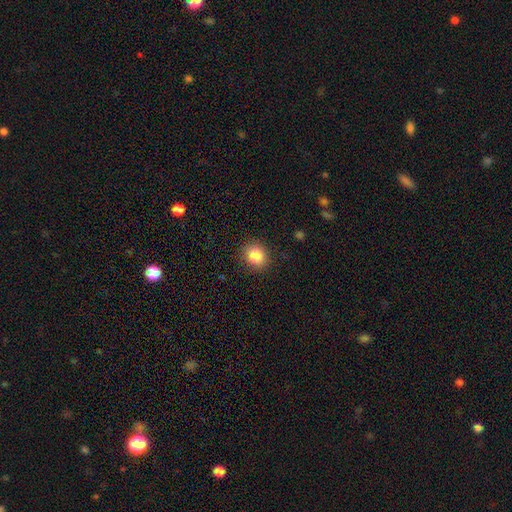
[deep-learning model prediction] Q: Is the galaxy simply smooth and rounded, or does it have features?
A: smooth — 85%.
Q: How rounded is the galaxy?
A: round — 73%.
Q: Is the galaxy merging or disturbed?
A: none — 88%.